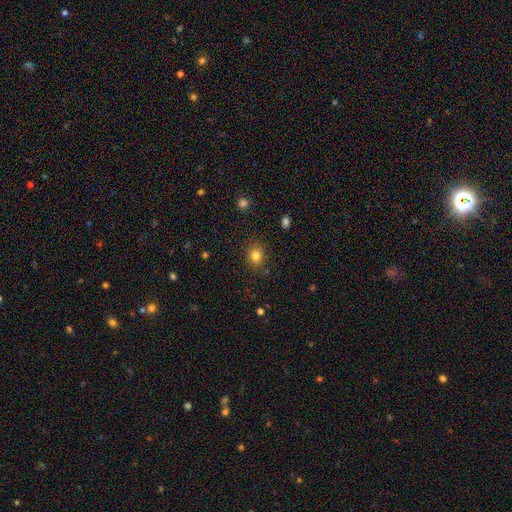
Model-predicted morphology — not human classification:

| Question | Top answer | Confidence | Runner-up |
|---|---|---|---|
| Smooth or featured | smooth | 81% | star or artifact (13%) |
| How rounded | round | 70% | in between (29%) |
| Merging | none | 86% | minor disturbance (9%) |